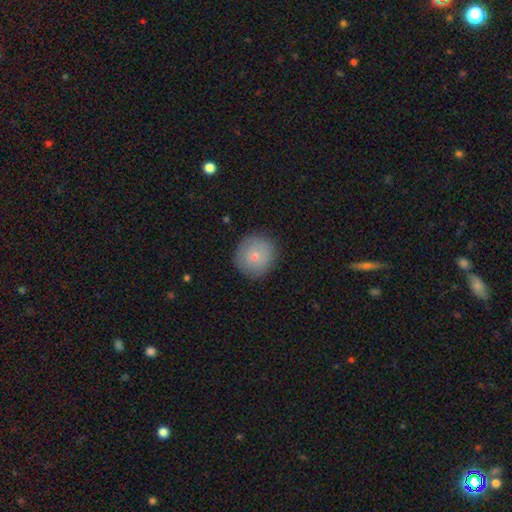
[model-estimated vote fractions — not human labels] Morphology: type=smooth (76%); roundness=round (92%); merging=none (87%).